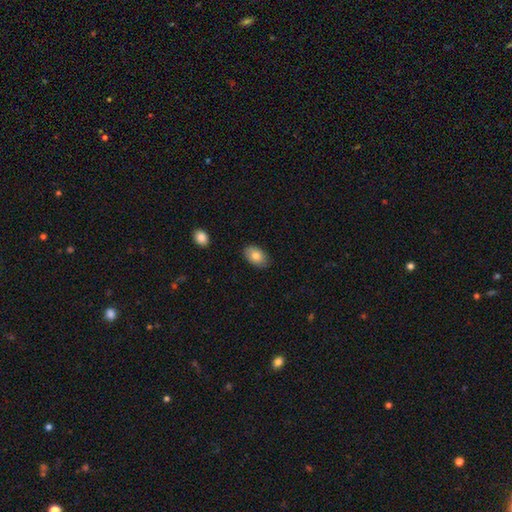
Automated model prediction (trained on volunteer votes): Smooth or featured? Predicted: smooth (p=0.81). How rounded? Predicted: in between (p=0.89). Merging? Predicted: none (p=0.85).